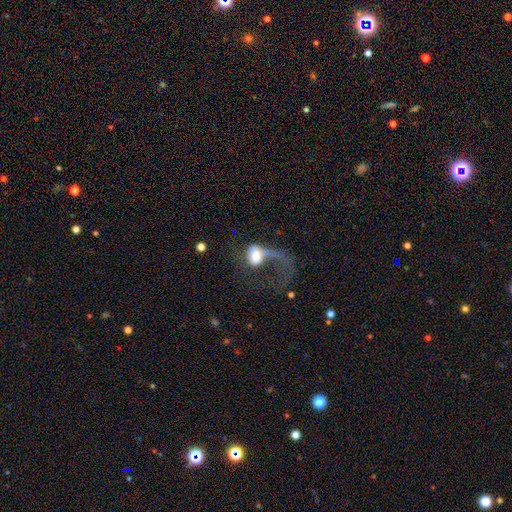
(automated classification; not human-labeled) Overall: featured or disk (51%; smooth 41%). Edge-on disk: no (95%). Merging: major disturbance (68%).